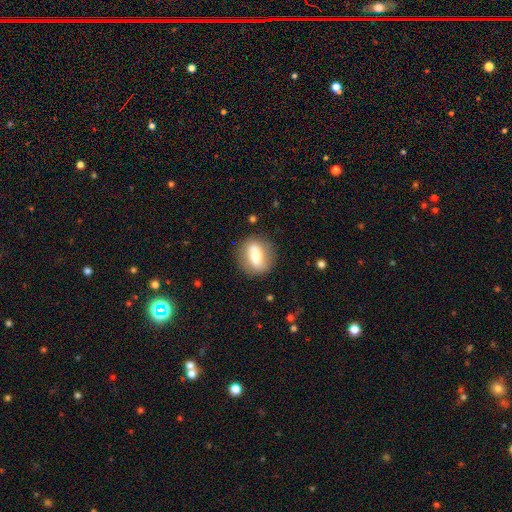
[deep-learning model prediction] Smooth or featured?
  - smooth: 54% *
  - featured or disk: 39%
  - star or artifact: 7%
How rounded?
  - round: 52% *
  - in between: 44%
  - cigar-shaped: 4%
Merging?
  - none: 82% *
  - minor disturbance: 12%
  - major disturbance: 4%
  - merger: 2%